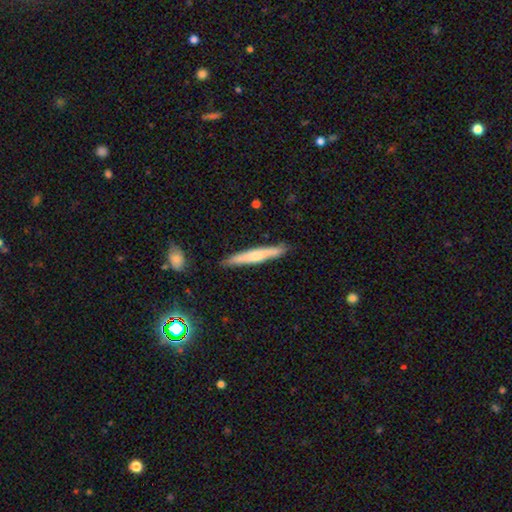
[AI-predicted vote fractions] Smooth or featured: smooth — 57% (featured or disk — 38%)
How rounded: cigar-shaped — 94% (in between — 5%)
Merging: none — 86% (minor disturbance — 11%)